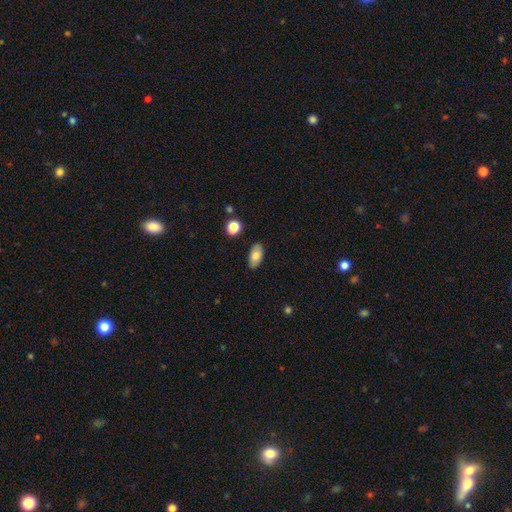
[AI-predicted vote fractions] A smooth galaxy with no disk features (80%) that is in between round and cigar-shaped (92%). Merging: none (85%).